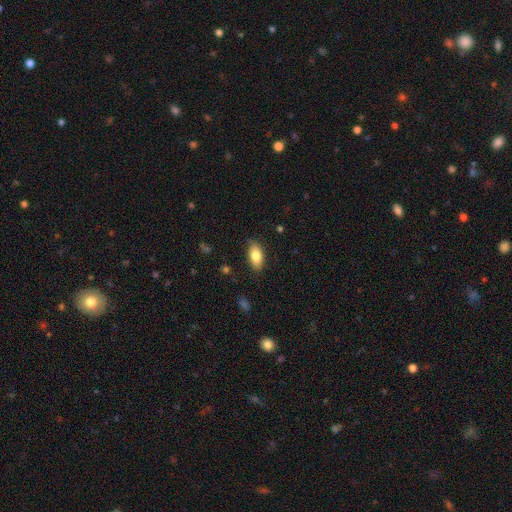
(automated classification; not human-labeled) smooth 81%, featured or disk 12%, star or artifact 7%. Down the decision tree: how rounded — in between (91%); merging — none (82%).